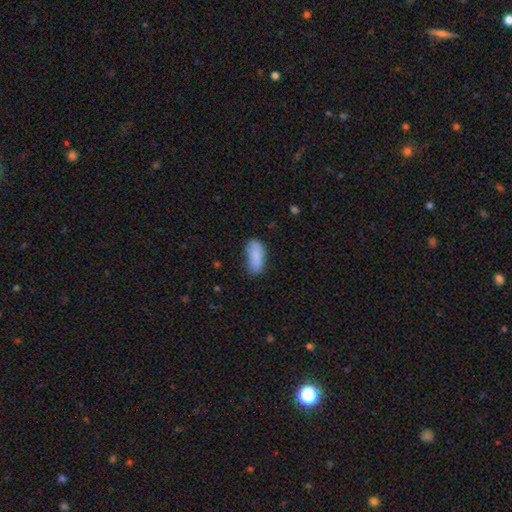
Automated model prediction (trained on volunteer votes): Smooth or featured? Predicted: smooth (p=0.85). How rounded? Predicted: in between (p=0.87). Merging? Predicted: none (p=0.67).